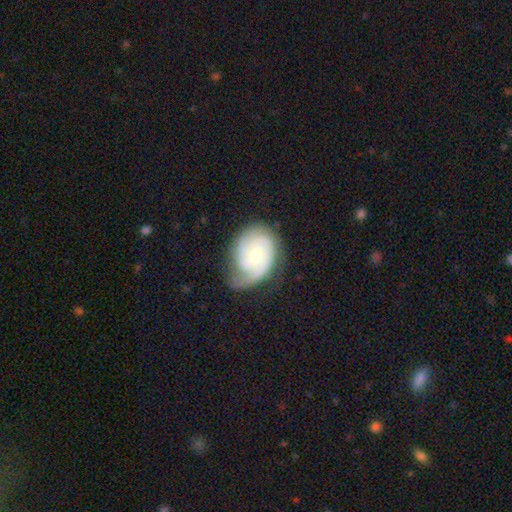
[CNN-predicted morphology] The model was most divided on "bulge size": moderate: 53%, small: 43%, large: 2%, none: 1%, dominant: 1%. Remaining: edge-on disk — no (97%); spiral arms — yes (96%); smooth or featured — featured or disk (82%); bar — no (62%); merging — none (60%); spiral winding — tight (59%); spiral arm count — 2 (47%).